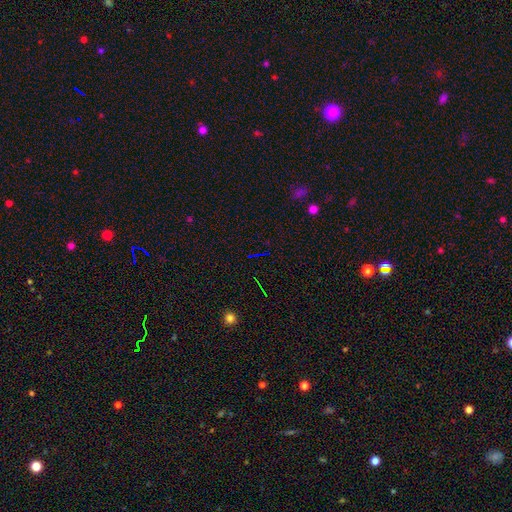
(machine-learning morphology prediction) A star or artifact, not a galaxy (74%).

Vote fractions:
- Smooth or featured? star or artifact: 74% / smooth: 14% / featured or disk: 12%